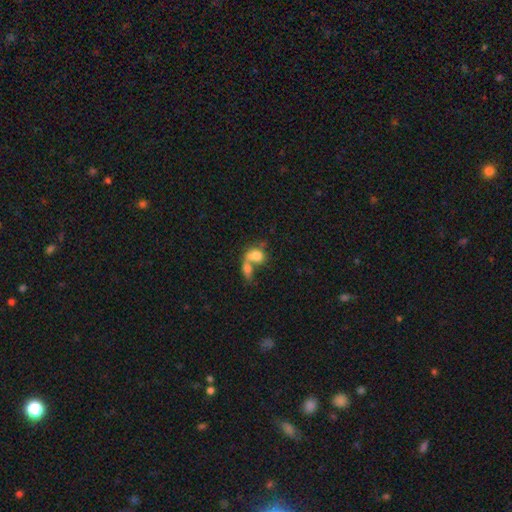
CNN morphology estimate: smooth-or-featured: smooth: 71% | featured or disk: 20% | star or artifact: 9%
  how-rounded: in between: 62% | round: 35% | cigar-shaped: 3%
  merging: merger: 72% | none: 14% | major disturbance: 8% | minor disturbance: 6%